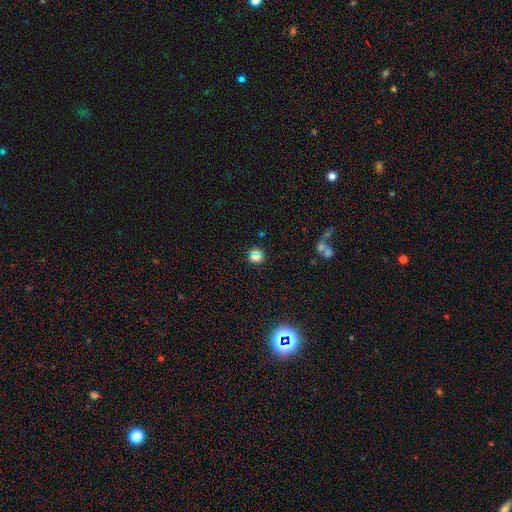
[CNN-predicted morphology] type=smooth (49%); merging=none (78%).